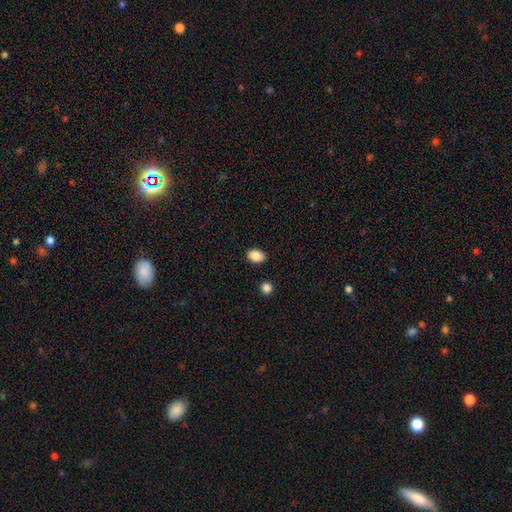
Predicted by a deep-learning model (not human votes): Morphology: type=smooth (88%); roundness=in between (82%); merging=none (87%).